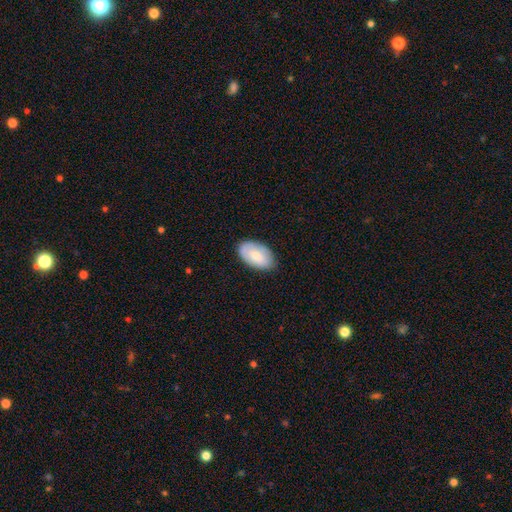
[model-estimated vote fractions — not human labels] smooth_or_featured: smooth (p=0.70) [alt: featured or disk p=0.24]
how_rounded: in between (p=0.94) [alt: round p=0.04]
merging: none (p=0.79) [alt: minor disturbance p=0.17]